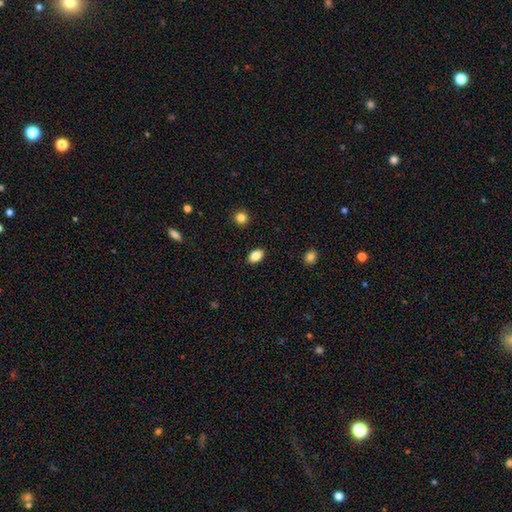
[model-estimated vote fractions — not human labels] Morphology: type=smooth (86%); roundness=in between (87%); merging=none (89%).